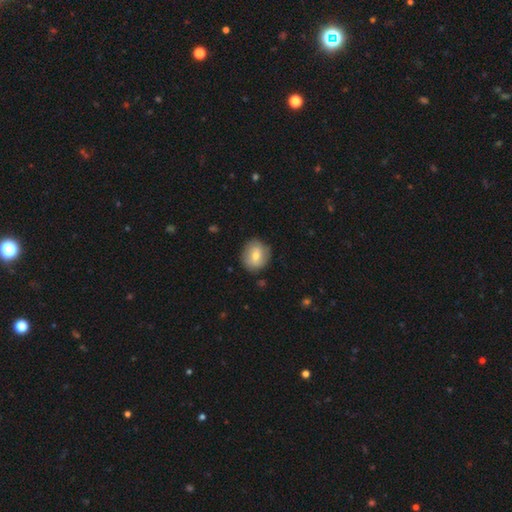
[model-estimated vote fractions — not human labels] Overall: smooth (64%; featured or disk 28%). How rounded: round (76%). Merging: none (82%).